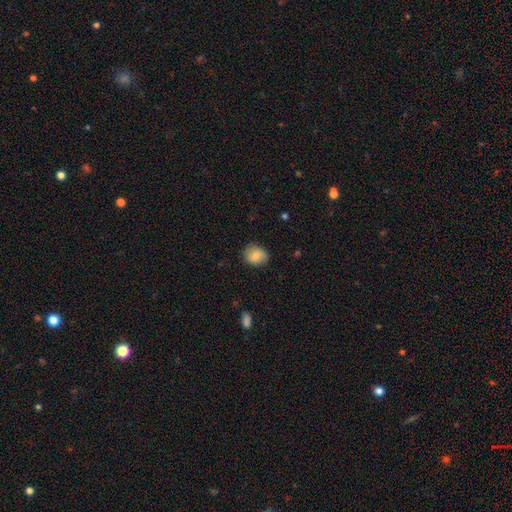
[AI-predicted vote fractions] The model was most divided on "how rounded": round: 59%, in between: 40%, cigar-shaped: 1%. More confident: smooth or featured — smooth (81%); merging — none (75%).